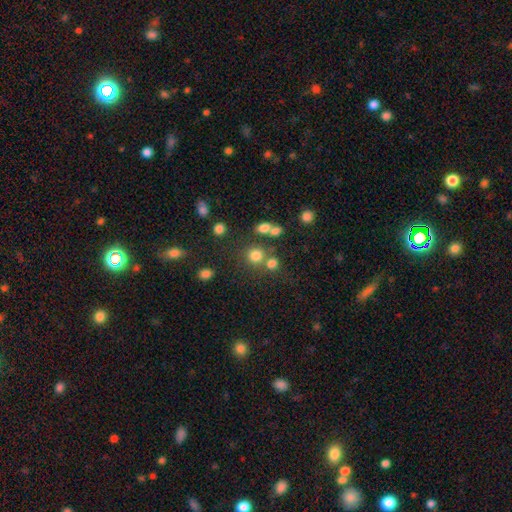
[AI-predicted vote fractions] Overall: smooth (75%). How rounded: round (87%). Merging: none (63%).